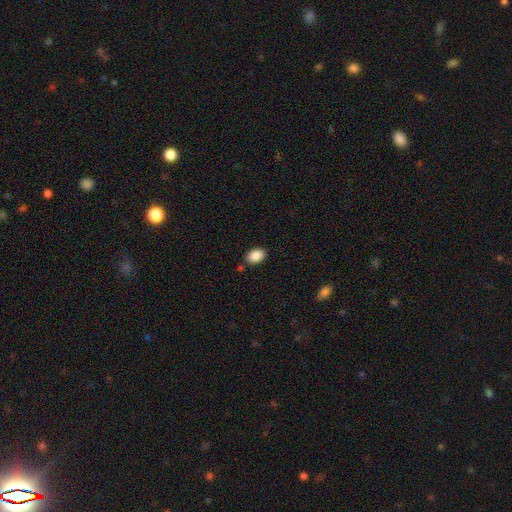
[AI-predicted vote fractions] smooth_or_featured: smooth (p=0.89) [alt: star or artifact p=0.07]
how_rounded: in between (p=0.87) [alt: round p=0.12]
merging: none (p=0.83) [alt: minor disturbance p=0.11]